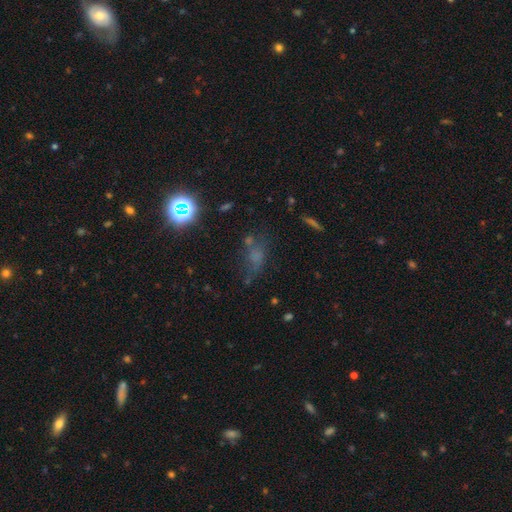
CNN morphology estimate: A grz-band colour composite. It shows a smooth galaxy with no disk features (49%). Merging: none (49%).